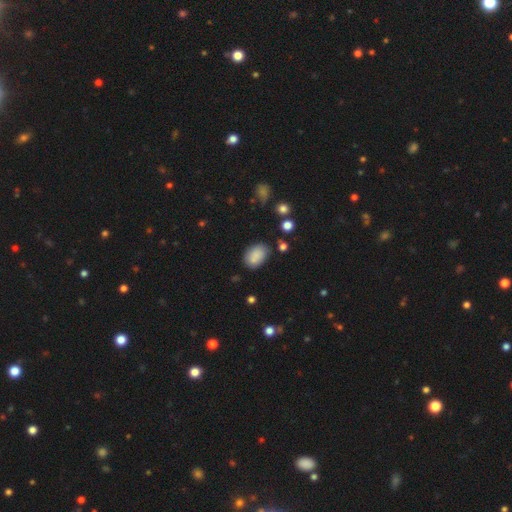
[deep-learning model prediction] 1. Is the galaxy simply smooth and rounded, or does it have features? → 85% smooth, 9% star or artifact, 7% featured or disk.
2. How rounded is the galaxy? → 84% in between, 15% round, 1% cigar-shaped.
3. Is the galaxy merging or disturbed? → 72% none, 19% minor disturbance, 5% major disturbance, 4% merger.